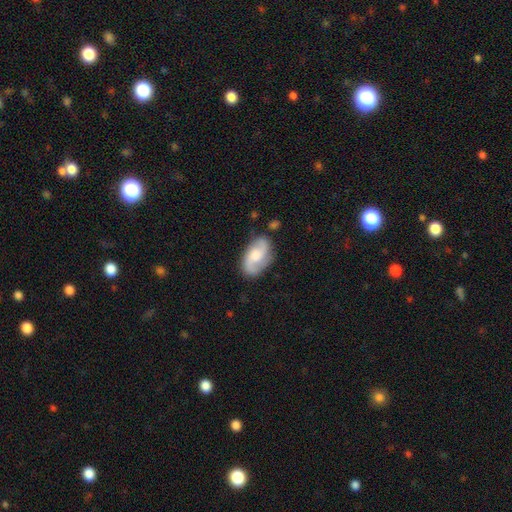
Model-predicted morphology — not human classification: featured or disk 73%, smooth 21%, star or artifact 6%. Down the decision tree: edge-on disk — no (97%); bar — no (56%); spiral arms — yes (95%); spiral arm count — 2 (89%); spiral winding — medium (46%); bulge size — moderate (45%); merging — none (76%).